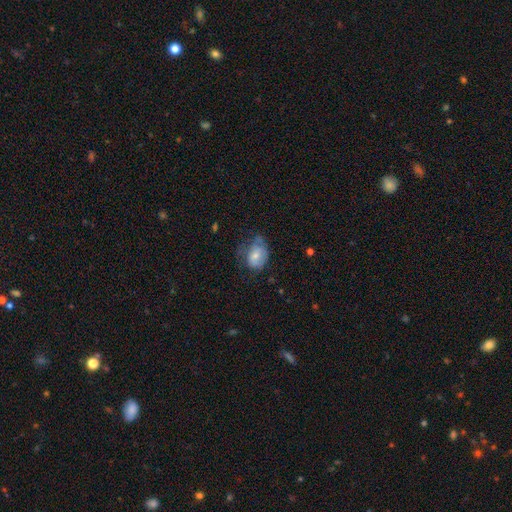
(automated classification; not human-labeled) Smooth or featured: smooth — 62% (featured or disk — 30%)
How rounded: in between — 70% (round — 29%)
Merging: minor disturbance — 36% (none — 33%)